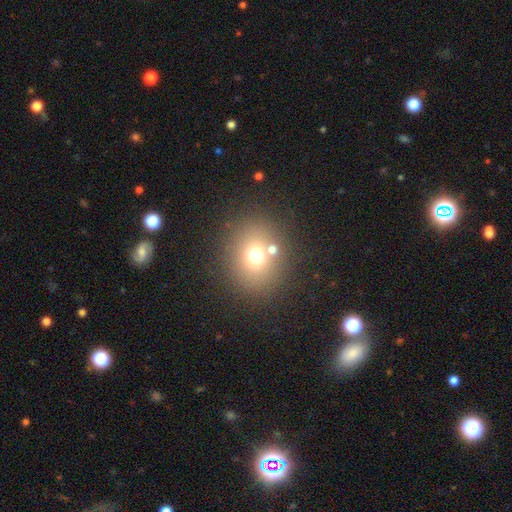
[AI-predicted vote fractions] A smooth galaxy with no disk features (67%) that is round (73%).

Vote fractions:
- Smooth or featured? smooth: 67% / star or artifact: 19% / featured or disk: 13%
- How rounded? round: 73% / in between: 26% / cigar-shaped: 1%
- Merging? none: 72% / merger: 14% / minor disturbance: 9% / major disturbance: 5%